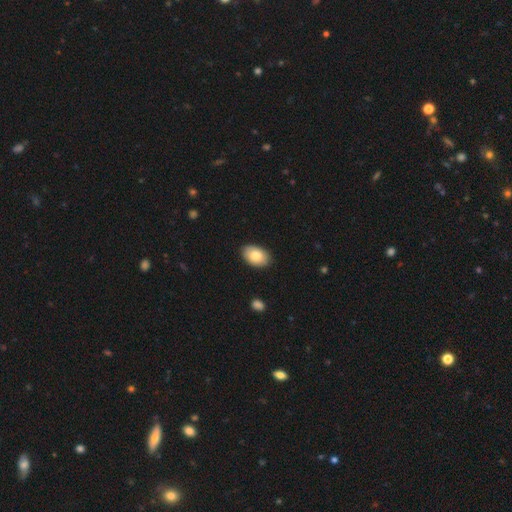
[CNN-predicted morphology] smooth-or-featured: smooth: 83% | featured or disk: 11% | star or artifact: 6%
  how-rounded: in between: 89% | round: 10% | cigar-shaped: 1%
  merging: none: 86% | minor disturbance: 11% | major disturbance: 2% | merger: 1%